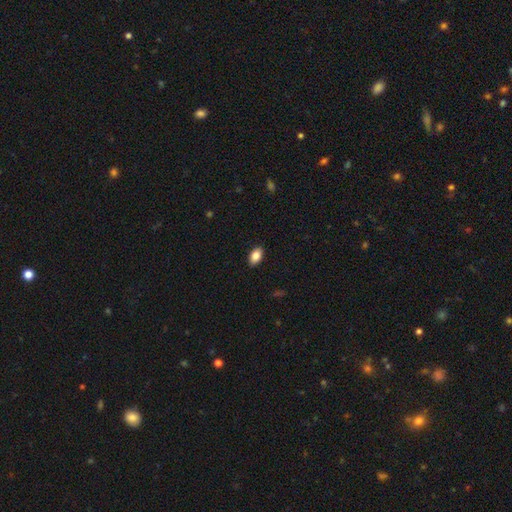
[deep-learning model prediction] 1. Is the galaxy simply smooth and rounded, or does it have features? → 86% smooth, 7% star or artifact, 7% featured or disk.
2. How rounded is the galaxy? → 91% in between, 7% round, 2% cigar-shaped.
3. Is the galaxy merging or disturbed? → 89% none, 8% minor disturbance, 2% major disturbance, 1% merger.